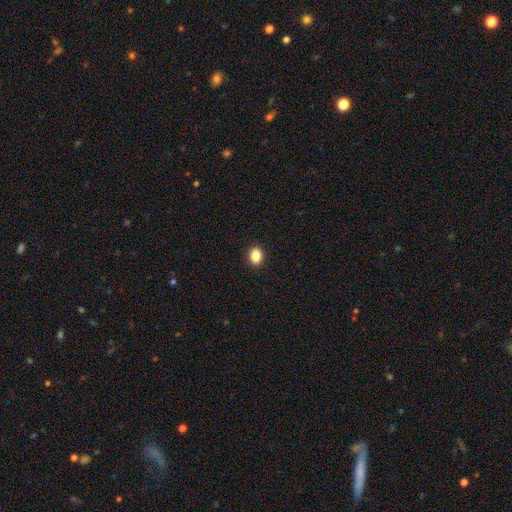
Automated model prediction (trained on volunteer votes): smooth_or_featured: smooth (p=0.86) [alt: star or artifact p=0.10]
how_rounded: in between (p=0.68) [alt: round p=0.30]
merging: none (p=0.91) [alt: minor disturbance p=0.06]